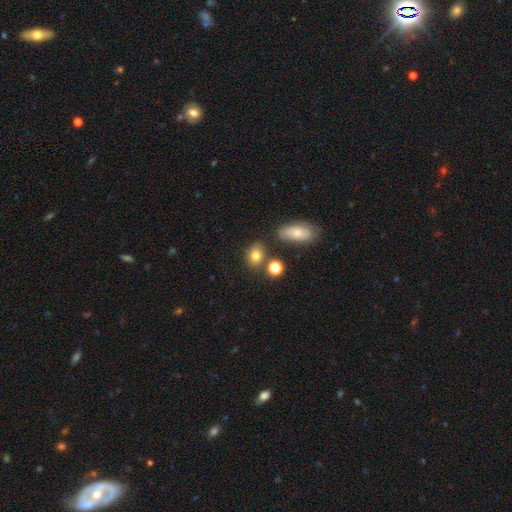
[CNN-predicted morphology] A smooth galaxy with no disk features (77%) that is in between round and cigar-shaped (57%). Merging: none (71%).